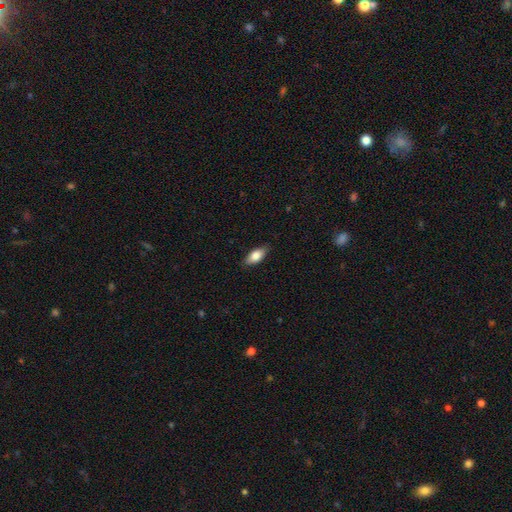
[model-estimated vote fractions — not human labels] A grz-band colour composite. It shows a smooth galaxy with no disk features (78%) that is in between round and cigar-shaped (85%). Merging: none (84%).